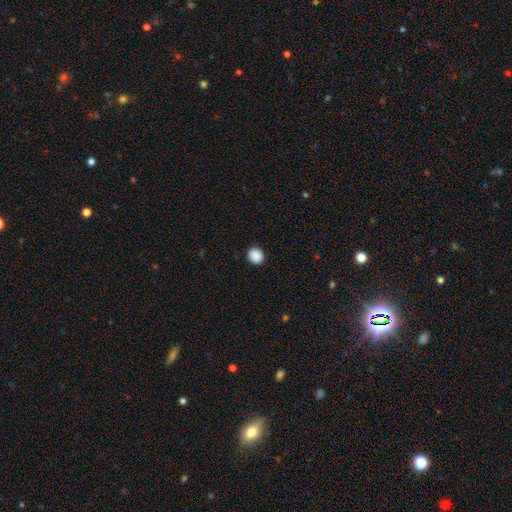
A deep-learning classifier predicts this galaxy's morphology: This appears to be a smooth galaxy with no disk features (89%) that is round (76%). Merging: none (92%).